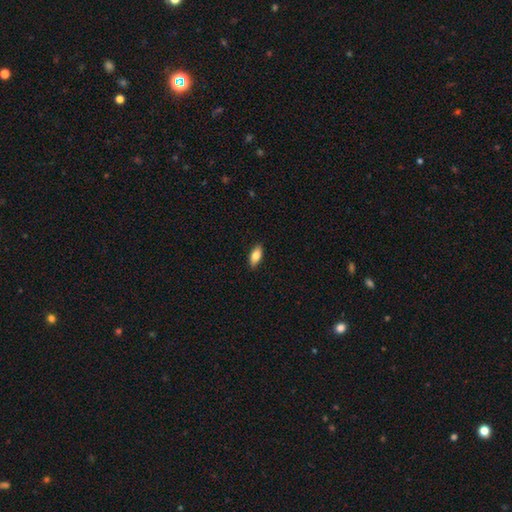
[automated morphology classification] smooth 81%, featured or disk 13%, star or artifact 6%. Down the decision tree: how rounded — in between (84%); merging — none (88%).